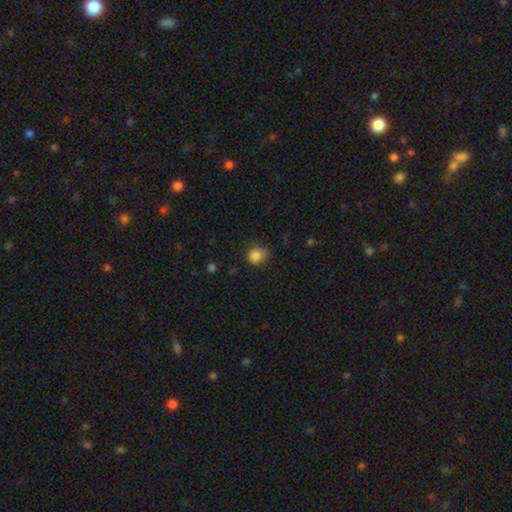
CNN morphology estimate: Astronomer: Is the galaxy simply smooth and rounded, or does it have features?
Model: smooth — 85%.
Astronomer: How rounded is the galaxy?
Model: round — 79%.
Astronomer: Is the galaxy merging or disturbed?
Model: none — 69%.